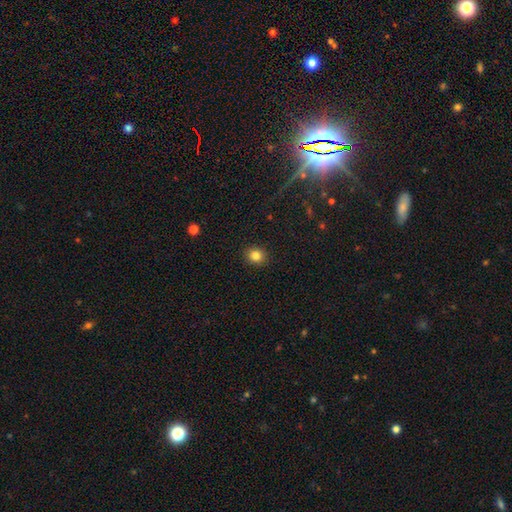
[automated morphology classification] Smooth or featured: smooth — 84% (star or artifact — 11%)
How rounded: round — 81% (in between — 18%)
Merging: none — 91% (minor disturbance — 6%)